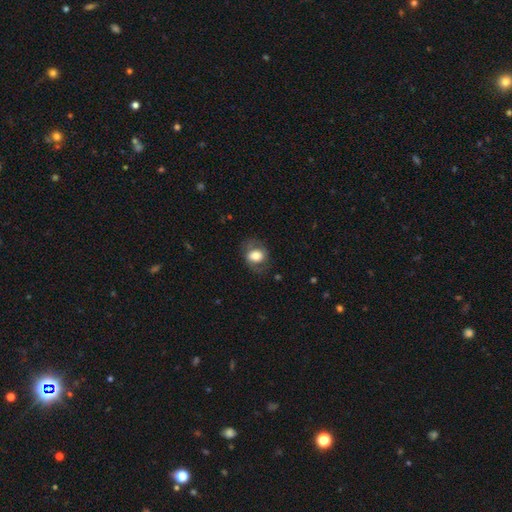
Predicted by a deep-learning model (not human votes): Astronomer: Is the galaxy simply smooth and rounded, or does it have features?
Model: smooth — 67%.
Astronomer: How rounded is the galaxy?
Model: in between — 61% (runner-up: round, 38%).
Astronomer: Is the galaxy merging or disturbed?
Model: none — 67%.